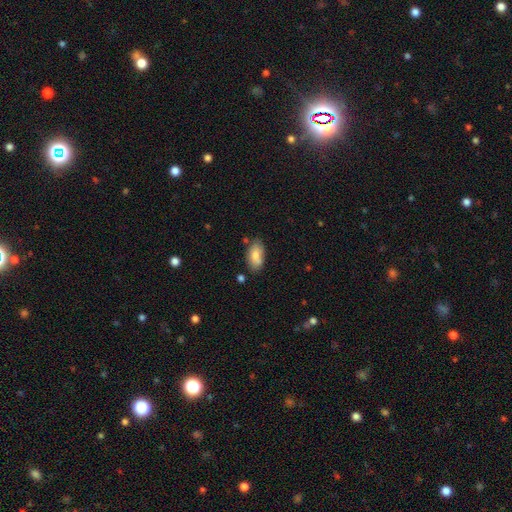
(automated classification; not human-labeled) smooth-or-featured: smooth: 77% | featured or disk: 16% | star or artifact: 7%
  how-rounded: in between: 92% | round: 4% | cigar-shaped: 4%
  merging: none: 71% | minor disturbance: 18% | merger: 7% | major disturbance: 4%